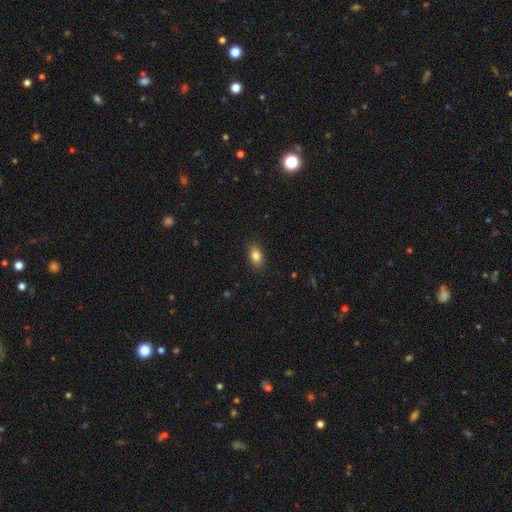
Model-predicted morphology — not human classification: A smooth galaxy with no disk features (85%) that is in between round and cigar-shaped (87%). Merging: none (89%).